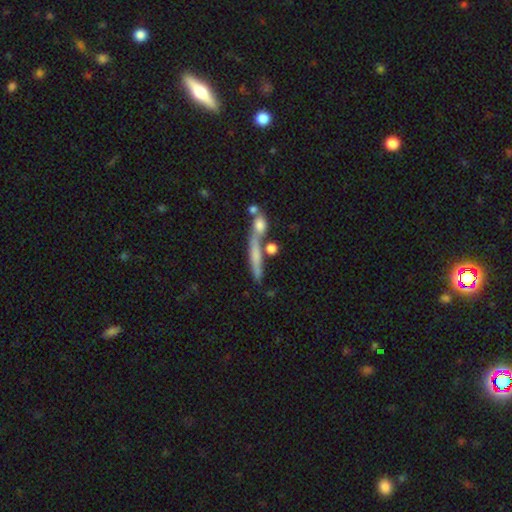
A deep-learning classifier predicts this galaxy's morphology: Overall: smooth (60%; featured or disk 31%). How rounded: cigar-shaped (81%). Merging: none (51%; merger 28%).